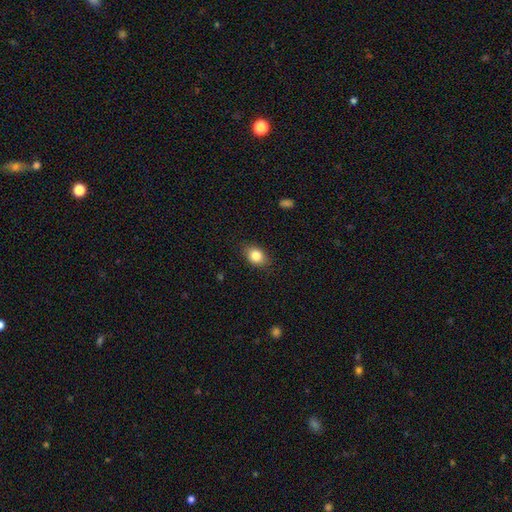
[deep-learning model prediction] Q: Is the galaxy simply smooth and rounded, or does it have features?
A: smooth — 84%.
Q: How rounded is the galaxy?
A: in between — 73%.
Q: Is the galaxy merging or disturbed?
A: none — 85%.